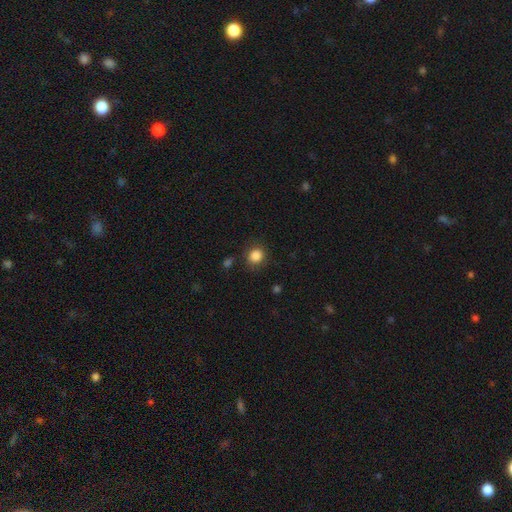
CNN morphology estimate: type=smooth (86%); roundness=round (84%); merging=none (83%).